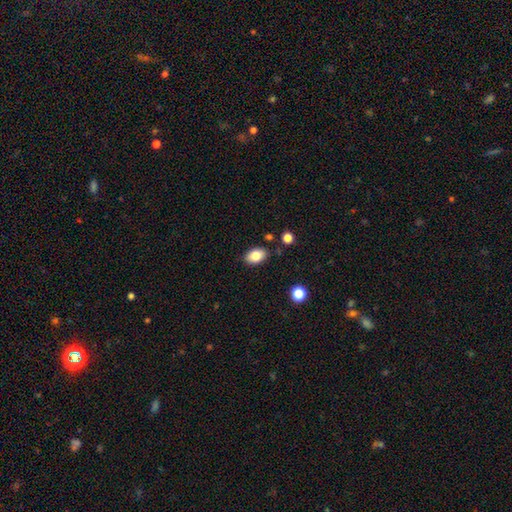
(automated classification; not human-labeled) A smooth galaxy with no disk features (84%) that is in between round and cigar-shaped (88%).

Vote fractions:
- Smooth or featured? smooth: 84% / featured or disk: 8% / star or artifact: 8%
- How rounded? in between: 88% / round: 10% / cigar-shaped: 1%
- Merging? none: 84% / minor disturbance: 11% / merger: 3% / major disturbance: 2%